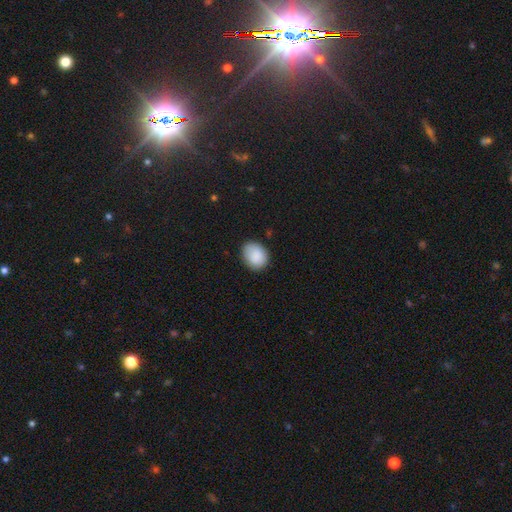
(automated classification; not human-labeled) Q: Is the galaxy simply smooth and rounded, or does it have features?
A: smooth — 89%.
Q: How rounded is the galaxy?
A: in between — 53%.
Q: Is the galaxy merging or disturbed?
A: none — 80%.